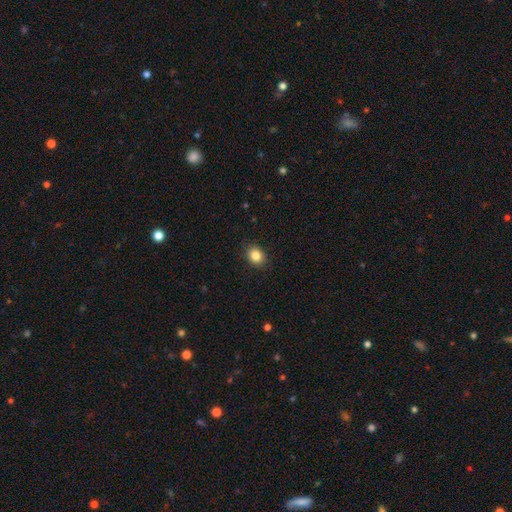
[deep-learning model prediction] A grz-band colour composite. It shows a smooth galaxy with no disk features (85%) that is in between round and cigar-shaped (51%). Merging: none (88%).